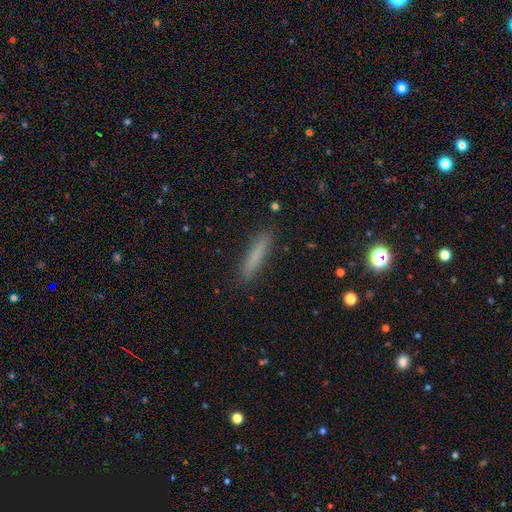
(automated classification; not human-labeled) A smooth galaxy with no disk features (78%) that is cigar-shaped (90%).

Vote fractions:
- Smooth or featured? smooth: 78% / featured or disk: 13% / star or artifact: 9%
- How rounded? cigar-shaped: 90% / in between: 9% / round: 1%
- Merging? none: 90% / minor disturbance: 7% / major disturbance: 2% / merger: 1%